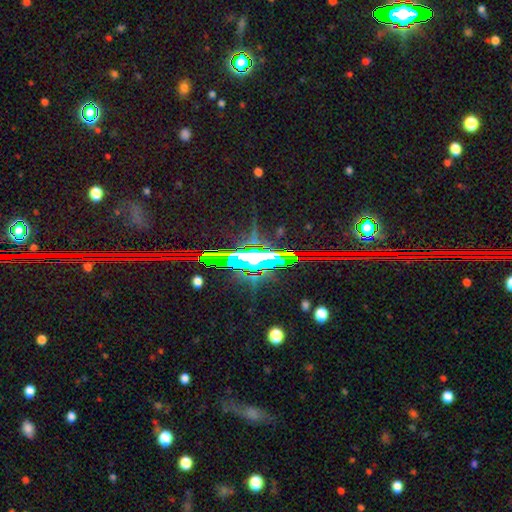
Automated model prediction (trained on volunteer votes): Overall: star or artifact (54%; featured or disk 26%).